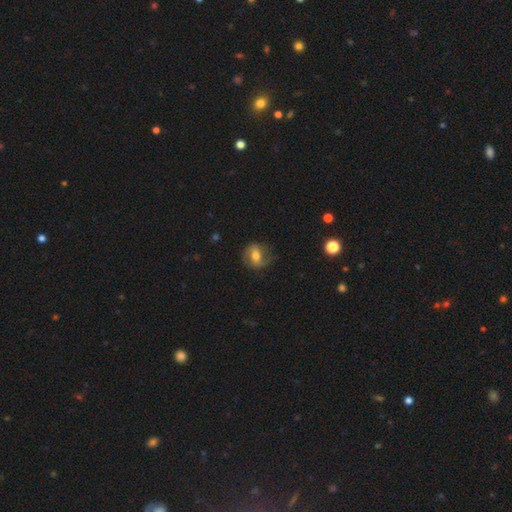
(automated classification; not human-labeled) Q: Smooth or featured?
A: featured or disk (48%); runner-up: smooth (44%)
Q: Merging?
A: none (68%); runner-up: minor disturbance (21%)